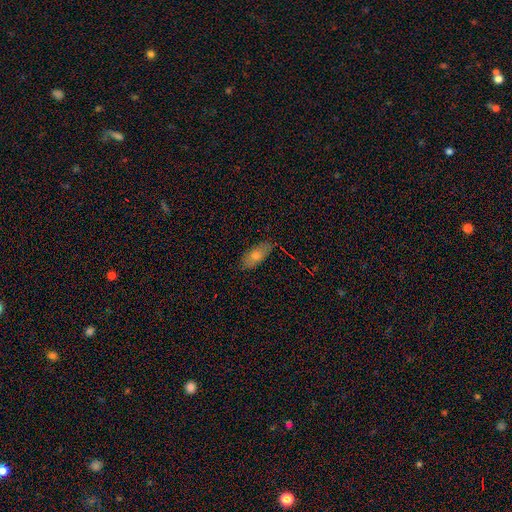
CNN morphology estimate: Smooth or featured? smooth (70%)
How rounded? in between (82%)
Merging? none (80%)